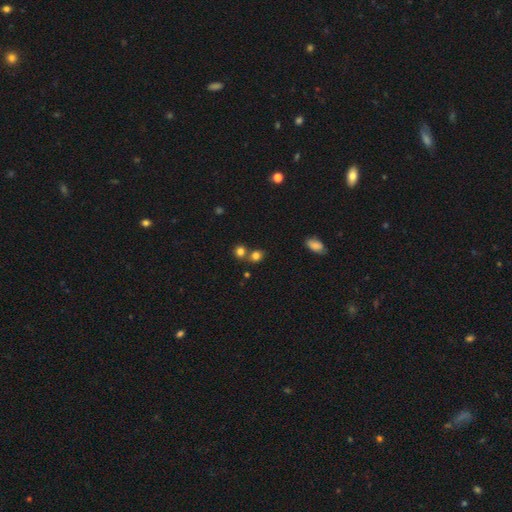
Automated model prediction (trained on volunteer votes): This appears to be a smooth galaxy with no disk features (78%) that is round (73%). Merging: none (56%).